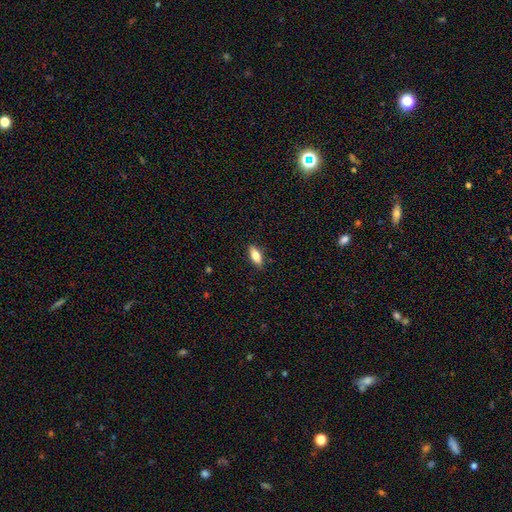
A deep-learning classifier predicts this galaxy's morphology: smooth 71%, featured or disk 22%, star or artifact 7%. Down the decision tree: how rounded — in between (77%); merging — none (88%).